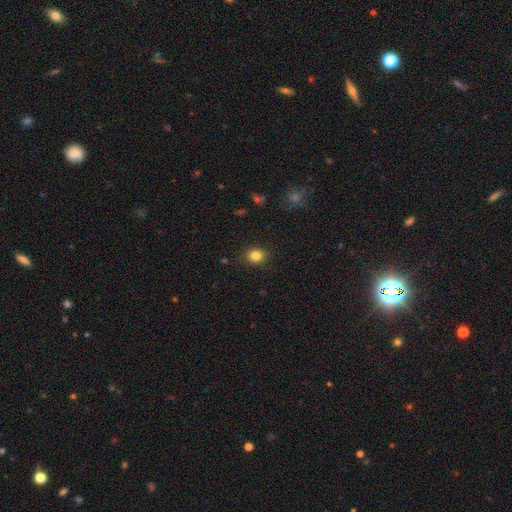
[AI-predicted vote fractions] Morphology: type=smooth (84%); roundness=round (62%); merging=none (87%).